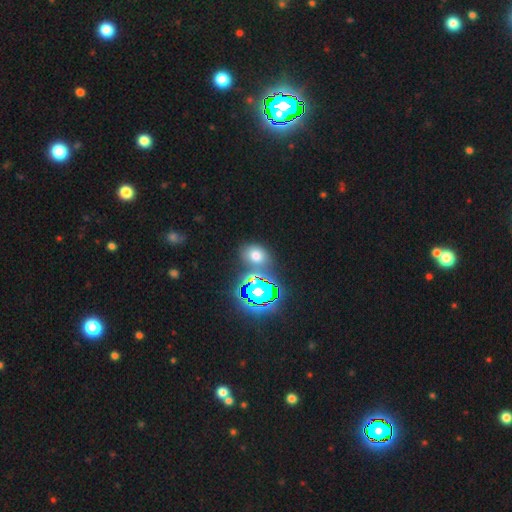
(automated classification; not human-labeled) Smooth or featured: smooth — 50% (star or artifact — 38%)
How rounded: in between — 54% (round — 45%)
Merging: none — 71% (merger — 12%)